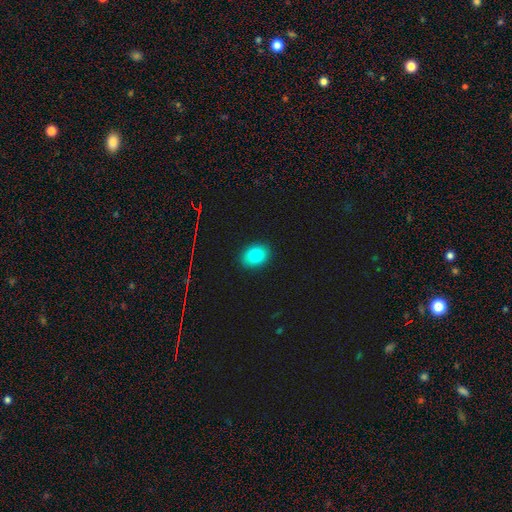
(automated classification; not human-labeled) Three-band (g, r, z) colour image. It shows a smooth galaxy with no disk features (86%) that is in between round and cigar-shaped (69%). Merging: none (89%).